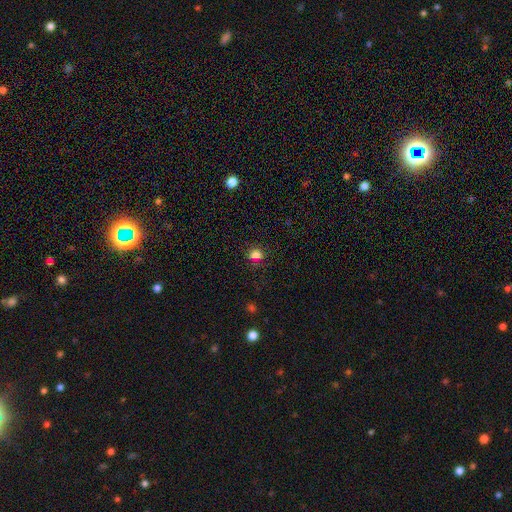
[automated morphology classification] Smooth or featured? smooth (80%)
How rounded? round (71%)
Merging? none (83%)